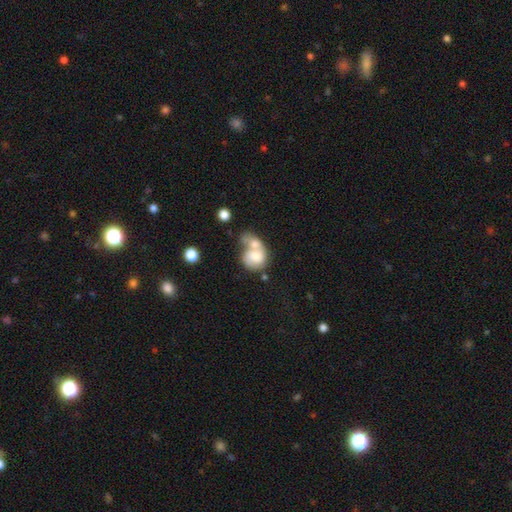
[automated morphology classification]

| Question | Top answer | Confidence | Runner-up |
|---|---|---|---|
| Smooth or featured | smooth | 64% | featured or disk (29%) |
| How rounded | round | 59% | in between (40%) |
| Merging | merger | 72% | none (13%) |